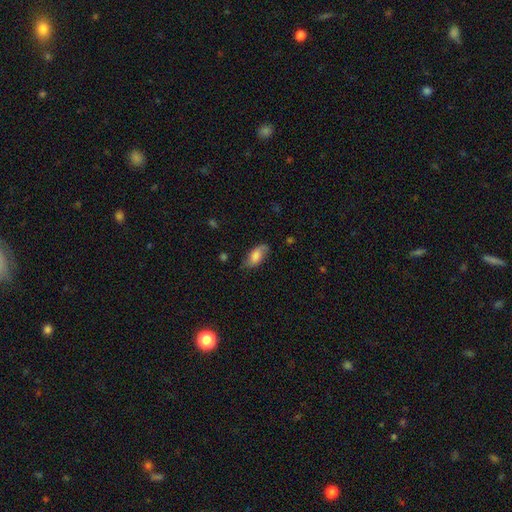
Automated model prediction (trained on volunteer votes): Smooth or featured: smooth — 68% (featured or disk — 24%)
How rounded: in between — 90% (cigar-shaped — 7%)
Merging: none — 71% (minor disturbance — 22%)